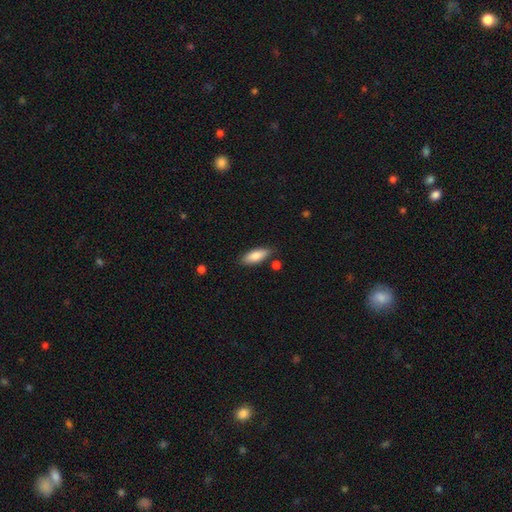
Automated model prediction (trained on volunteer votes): This is clearly a smooth galaxy (83%). How rounded: likely in between (72%). Merging: clearly none (81%).